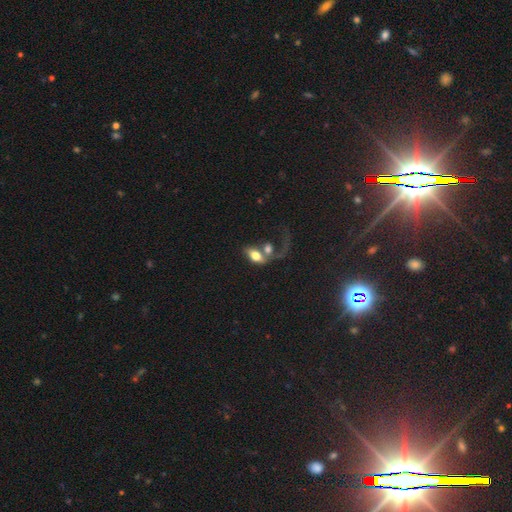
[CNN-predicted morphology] type=smooth (58%); roundness=in between (81%); merging=merger (58%).